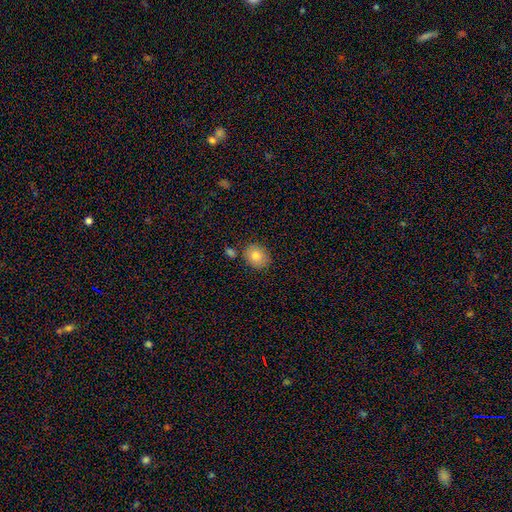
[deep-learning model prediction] Smooth or featured? Predicted: smooth (p=0.82). How rounded? Predicted: round (p=0.57). Merging? Predicted: none (p=0.79).